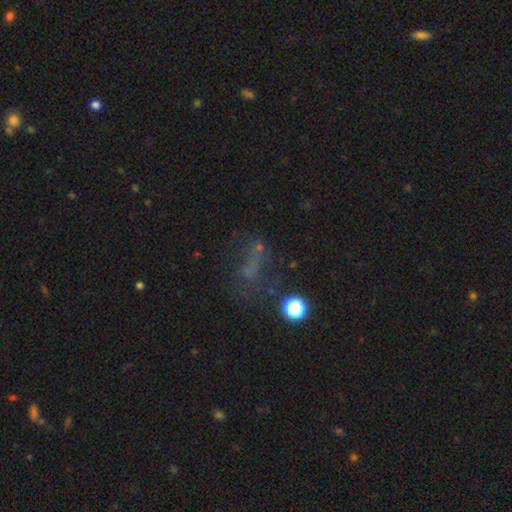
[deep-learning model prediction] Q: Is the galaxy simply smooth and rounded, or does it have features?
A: star or artifact — 37%, tied with smooth.